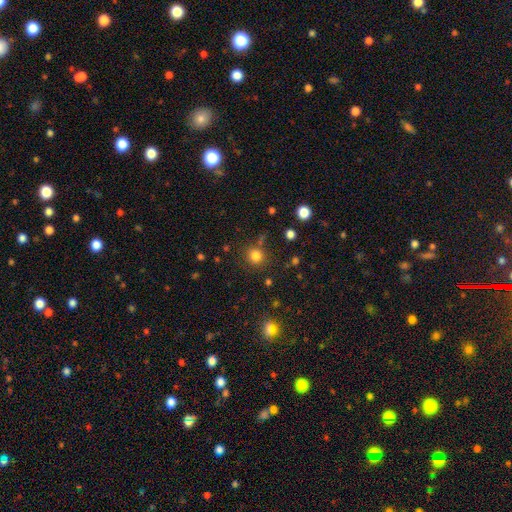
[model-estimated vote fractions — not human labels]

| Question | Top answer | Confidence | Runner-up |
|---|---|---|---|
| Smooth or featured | smooth | 80% | star or artifact (15%) |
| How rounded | round | 91% | in between (8%) |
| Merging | none | 79% | minor disturbance (10%) |